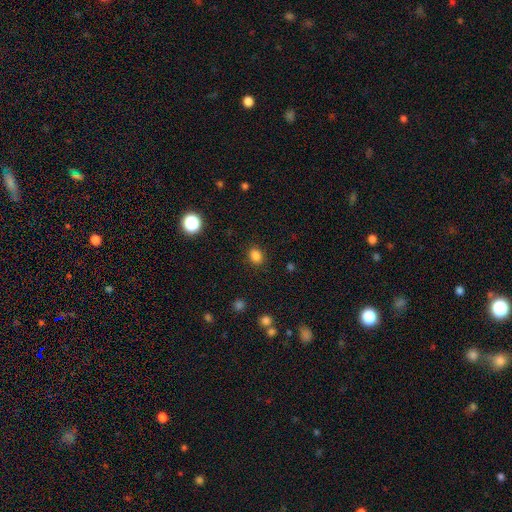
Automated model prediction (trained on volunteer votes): Overall: smooth (84%). How rounded: round (55%; in between 44%). Merging: none (88%).